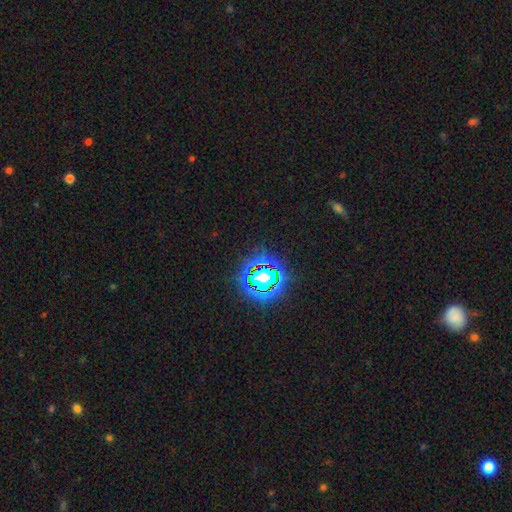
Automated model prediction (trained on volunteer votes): smooth-or-featured: star or artifact: 83% | smooth: 11% | featured or disk: 6%